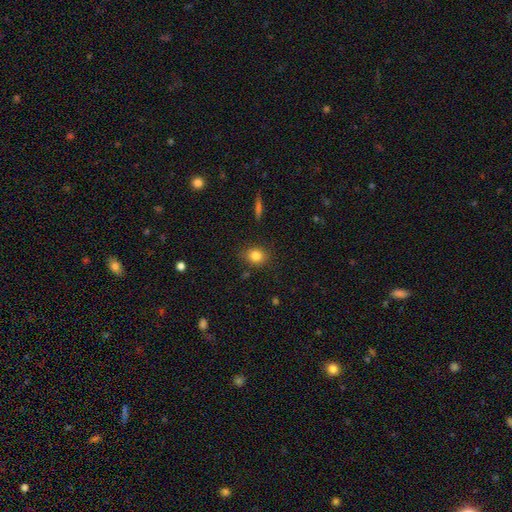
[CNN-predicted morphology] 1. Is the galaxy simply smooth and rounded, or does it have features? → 82% smooth, 10% star or artifact, 7% featured or disk.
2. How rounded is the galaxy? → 61% round, 37% in between, 1% cigar-shaped.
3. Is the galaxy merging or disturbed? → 84% none, 11% minor disturbance, 3% major disturbance, 2% merger.